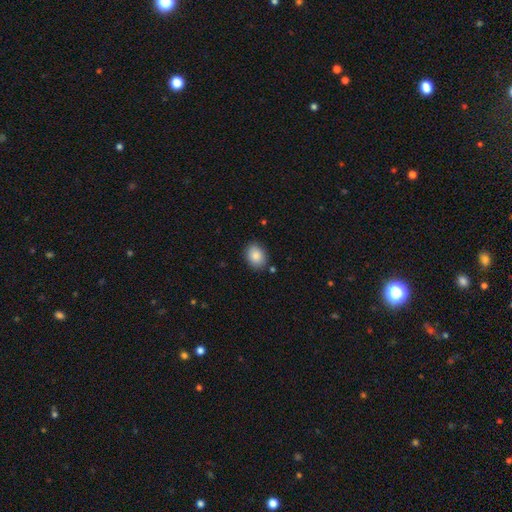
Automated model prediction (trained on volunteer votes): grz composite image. It shows a smooth galaxy with no disk features (86%) that is in between round and cigar-shaped (58%). Merging: none (85%).